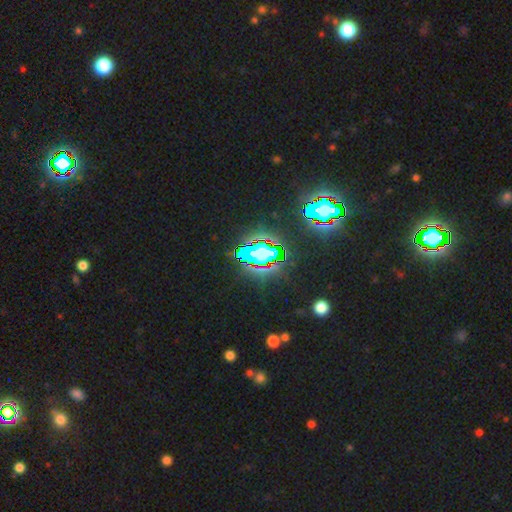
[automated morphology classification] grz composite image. It shows a star or artifact, not a galaxy (84%).